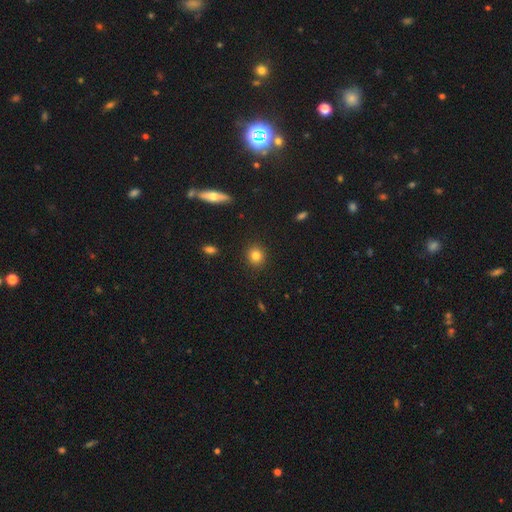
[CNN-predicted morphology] smooth_or_featured: smooth (p=0.83) [alt: star or artifact p=0.11]
how_rounded: round (p=0.86) [alt: in between p=0.13]
merging: none (p=0.91) [alt: minor disturbance p=0.06]